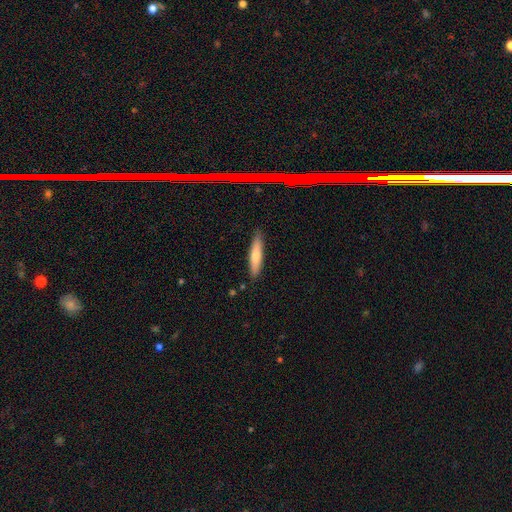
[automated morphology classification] A smooth galaxy with no disk features (69%) that is cigar-shaped (84%). Merging: none (87%).